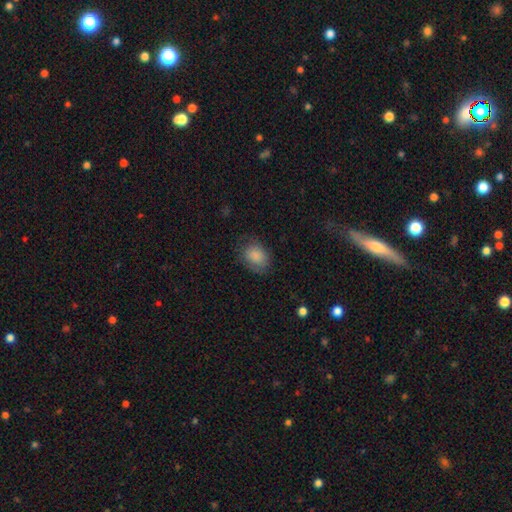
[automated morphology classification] smooth_or_featured: smooth (p=0.84) [alt: featured or disk p=0.08]
how_rounded: in between (p=0.65) [alt: round p=0.34]
merging: none (p=0.69) [alt: minor disturbance p=0.22]